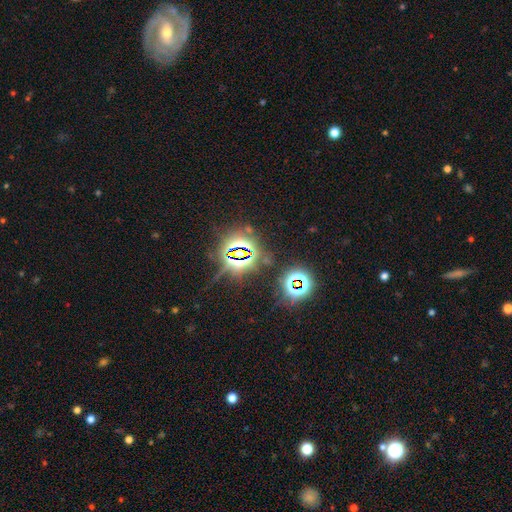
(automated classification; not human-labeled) Smooth or featured?
  - star or artifact: 83% *
  - smooth: 9%
  - featured or disk: 7%